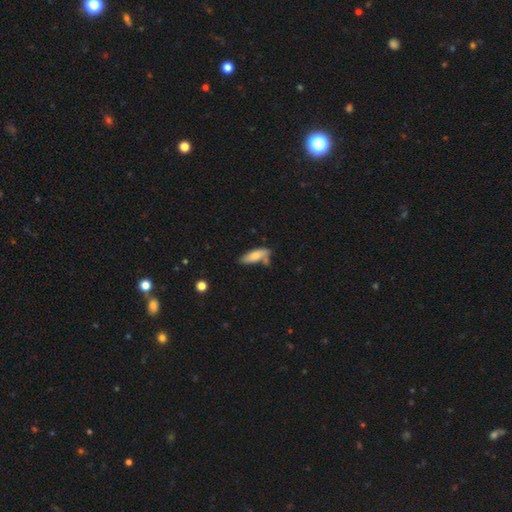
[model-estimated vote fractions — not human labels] smooth_or_featured: smooth (p=0.76) [alt: featured or disk p=0.17]
how_rounded: in between (p=0.55) [alt: cigar-shaped p=0.43]
merging: none (p=0.60) [alt: minor disturbance p=0.21]